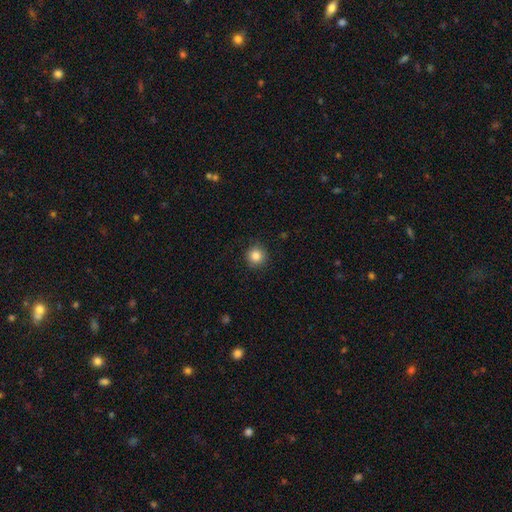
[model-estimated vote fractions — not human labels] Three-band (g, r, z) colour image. It shows a smooth galaxy with no disk features (85%) that is round (94%). Merging: none (89%).